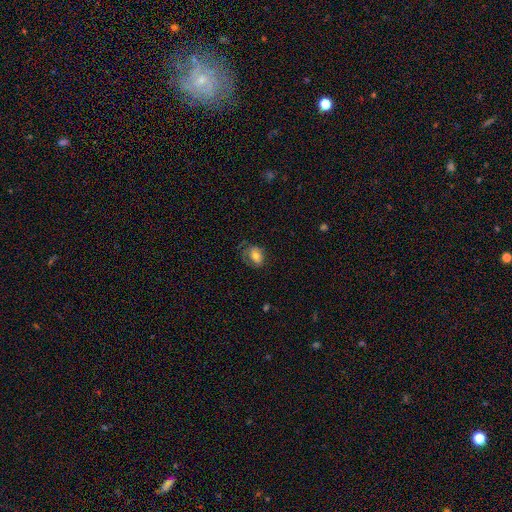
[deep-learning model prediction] Overall: smooth (66%). How rounded: in between (69%). Merging: none (54%; minor disturbance 26%).